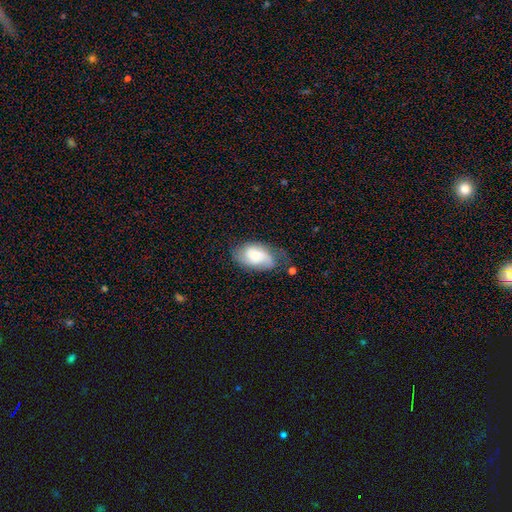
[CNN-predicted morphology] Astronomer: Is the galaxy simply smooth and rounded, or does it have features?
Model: featured or disk — 49% (runner-up: smooth, 44%).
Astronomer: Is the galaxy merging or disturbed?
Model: none — 55%.